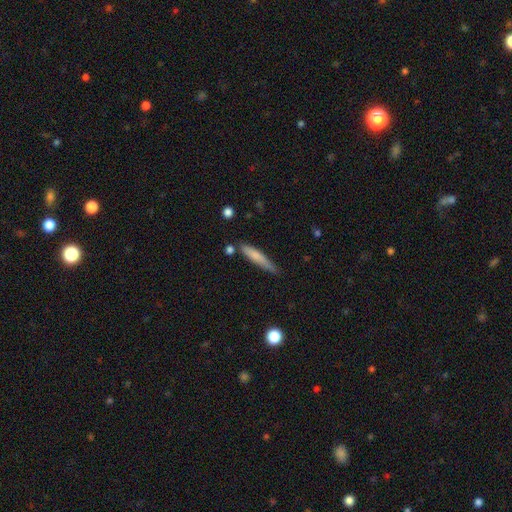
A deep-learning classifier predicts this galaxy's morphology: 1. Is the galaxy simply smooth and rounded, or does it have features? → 72% smooth, 21% featured or disk, 6% star or artifact.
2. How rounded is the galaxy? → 88% cigar-shaped, 10% in between, 2% round.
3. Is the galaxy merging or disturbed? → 63% none, 26% minor disturbance, 6% merger, 5% major disturbance.